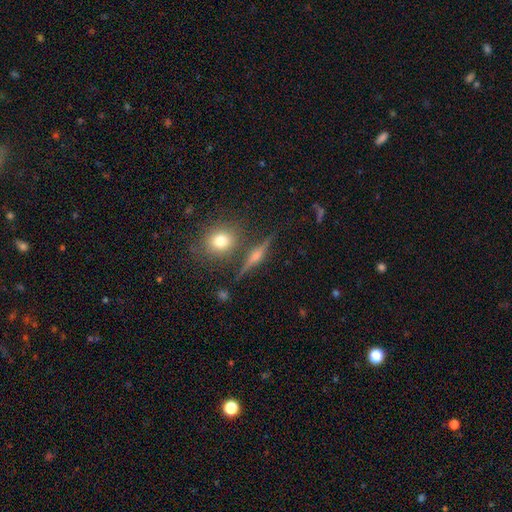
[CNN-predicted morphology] Smooth or featured? Predicted: featured or disk (p=0.69). Edge-on disk? Predicted: yes (p=0.95). Edge-on bulge? Predicted: rounded (p=0.84). Merging? Predicted: none (p=0.82).